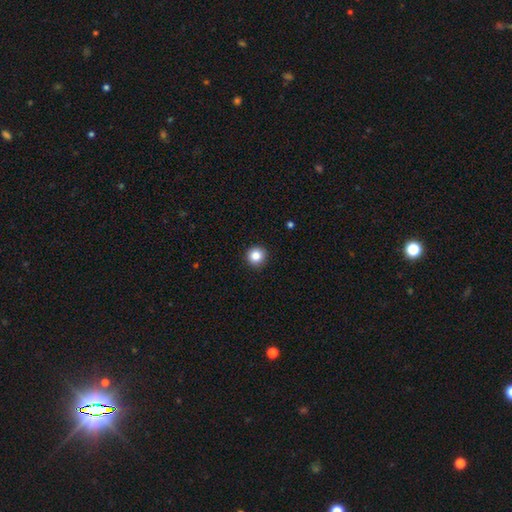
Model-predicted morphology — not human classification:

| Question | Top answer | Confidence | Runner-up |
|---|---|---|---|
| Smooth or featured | smooth | 86% | star or artifact (10%) |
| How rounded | round | 94% | in between (5%) |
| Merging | none | 92% | minor disturbance (6%) |